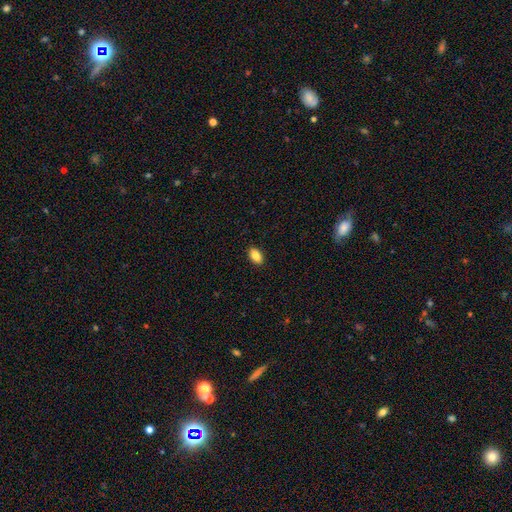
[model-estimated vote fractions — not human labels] Smooth or featured? Predicted: smooth (p=0.88). How rounded? Predicted: in between (p=0.91). Merging? Predicted: none (p=0.90).